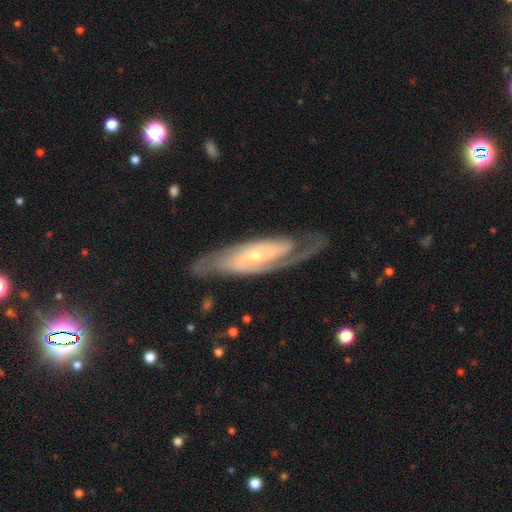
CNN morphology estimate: The model was most divided on "spiral winding": tight: 51%, medium: 38%, loose: 11%. More confident: spiral arms — yes (95%); smooth or featured — featured or disk (86%); edge-on disk — no (85%); merging — none (72%); spiral arm count — 2 (65%); bulge size — small (61%); bar — no (53%).